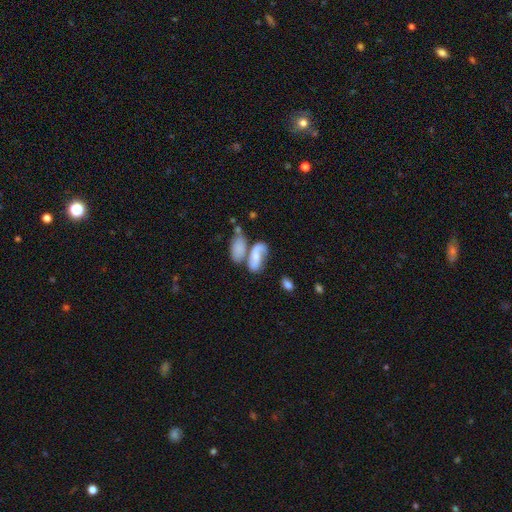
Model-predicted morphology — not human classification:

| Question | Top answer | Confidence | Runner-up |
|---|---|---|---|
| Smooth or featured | smooth | 47% | featured or disk (44%) |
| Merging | merger | 48% | none (25%) |